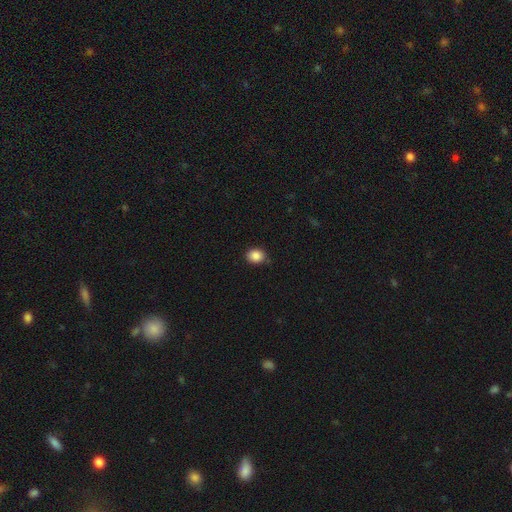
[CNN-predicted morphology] smooth-or-featured: smooth: 87% | star or artifact: 9% | featured or disk: 4%
  how-rounded: round: 61% | in between: 39% | cigar-shaped: 1%
  merging: none: 78% | minor disturbance: 18% | major disturbance: 3% | merger: 2%